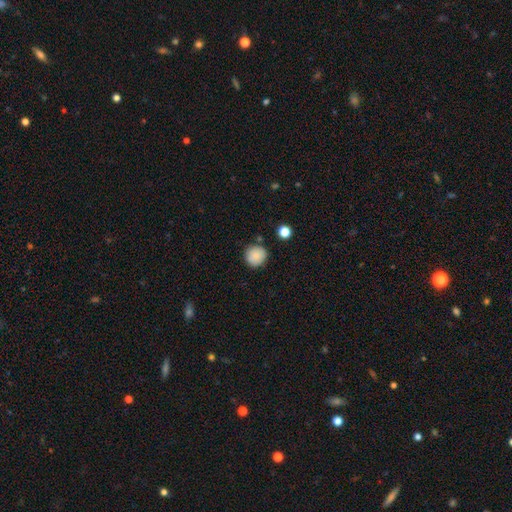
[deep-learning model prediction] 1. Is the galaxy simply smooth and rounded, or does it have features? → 85% smooth, 9% star or artifact, 7% featured or disk.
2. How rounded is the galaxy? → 93% round, 6% in between, 1% cigar-shaped.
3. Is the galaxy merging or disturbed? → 83% none, 11% minor disturbance, 3% merger, 2% major disturbance.